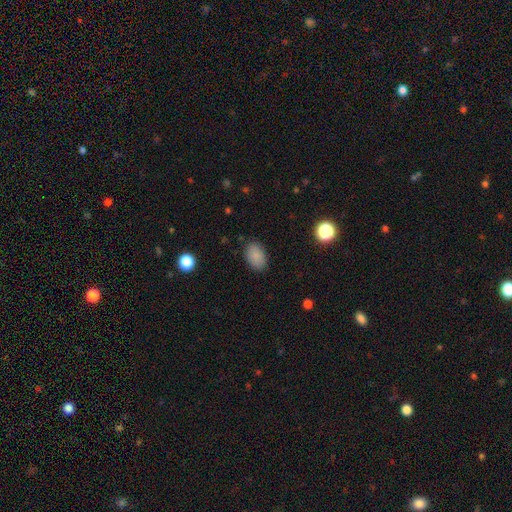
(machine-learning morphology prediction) Smooth or featured? smooth (85%)
How rounded? in between (86%)
Merging? none (86%)